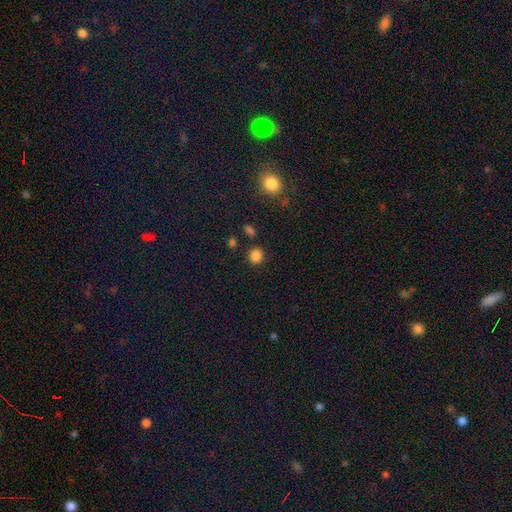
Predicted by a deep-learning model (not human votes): smooth_or_featured: smooth (p=0.84) [alt: star or artifact p=0.13]
how_rounded: round (p=0.87) [alt: in between p=0.12]
merging: none (p=0.85) [alt: minor disturbance p=0.08]